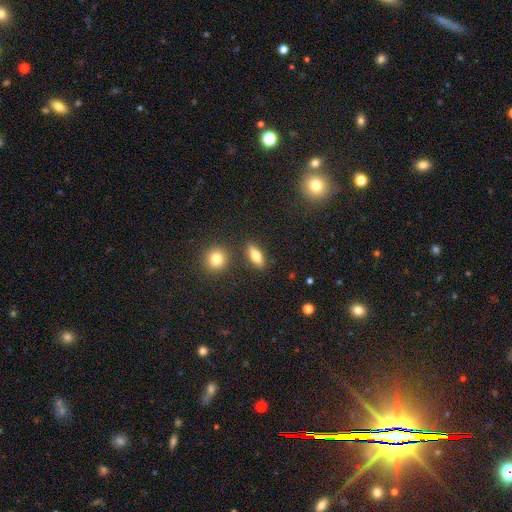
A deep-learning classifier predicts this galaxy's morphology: Smooth or featured: smooth — 77% (featured or disk — 15%)
How rounded: in between — 72% (cigar-shaped — 22%)
Merging: none — 84% (minor disturbance — 9%)